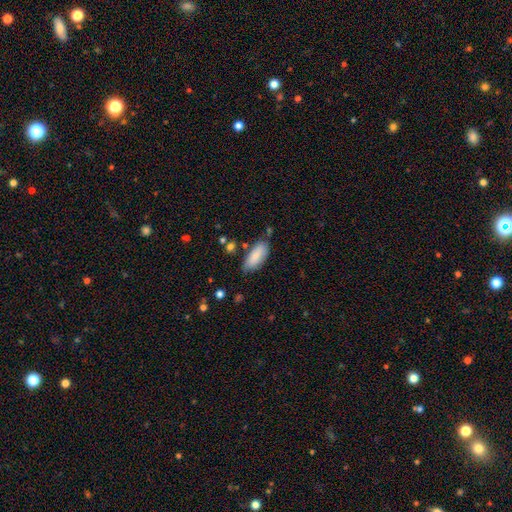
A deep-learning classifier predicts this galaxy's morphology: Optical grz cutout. It shows a smooth galaxy with no disk features (80%) that is in between round and cigar-shaped (84%). Merging: none (68%).